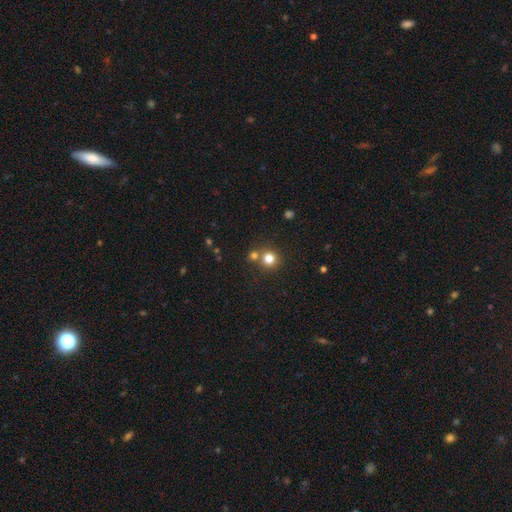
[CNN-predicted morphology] This appears to be a smooth galaxy with no disk features (65%) that is round (91%). Merging: none (70%).